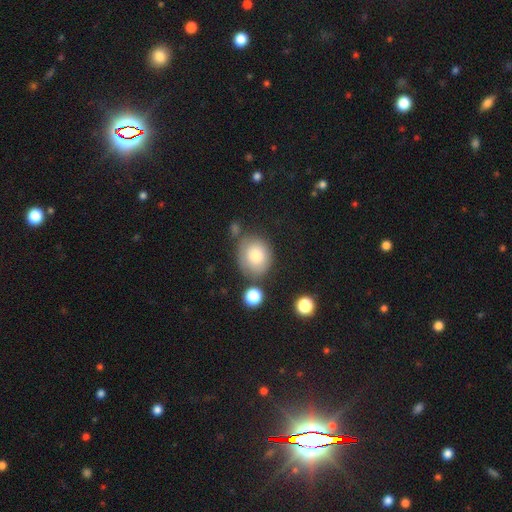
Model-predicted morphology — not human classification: Smooth or featured? smooth (74%)
How rounded? round (62%)
Merging? none (66%)